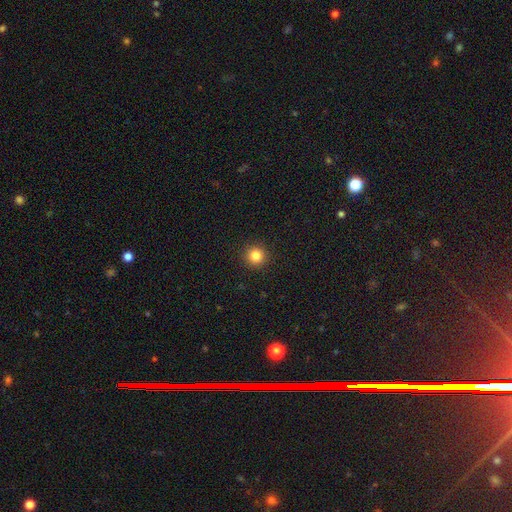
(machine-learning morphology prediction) A smooth galaxy with no disk features (84%) that is round (95%).

Vote fractions:
- Smooth or featured? smooth: 84% / star or artifact: 11% / featured or disk: 5%
- How rounded? round: 95% / in between: 5% / cigar-shaped: 1%
- Merging? none: 92% / minor disturbance: 5% / major disturbance: 2% / merger: 1%